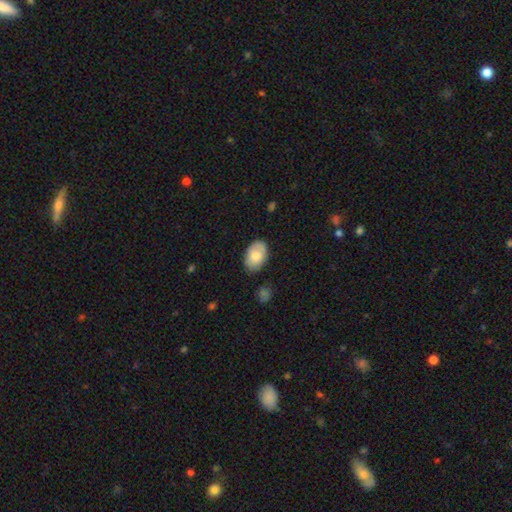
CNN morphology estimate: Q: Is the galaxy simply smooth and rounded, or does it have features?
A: smooth — 77%.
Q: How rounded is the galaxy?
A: in between — 90%.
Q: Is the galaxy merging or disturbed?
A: none — 77%.